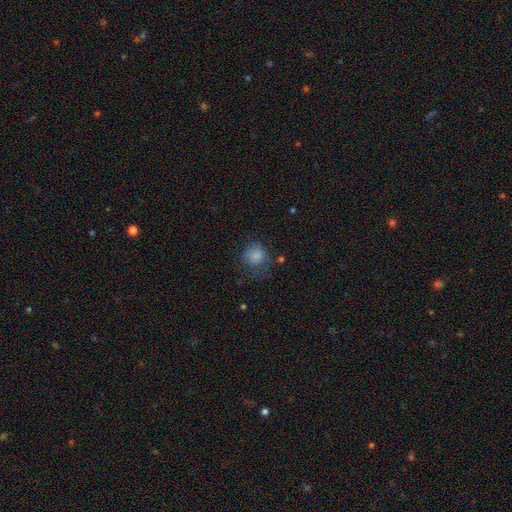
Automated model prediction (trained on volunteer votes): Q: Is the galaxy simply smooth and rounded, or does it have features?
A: smooth — 81%.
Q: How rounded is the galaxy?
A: round — 80%.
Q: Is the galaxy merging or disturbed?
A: none — 54%.